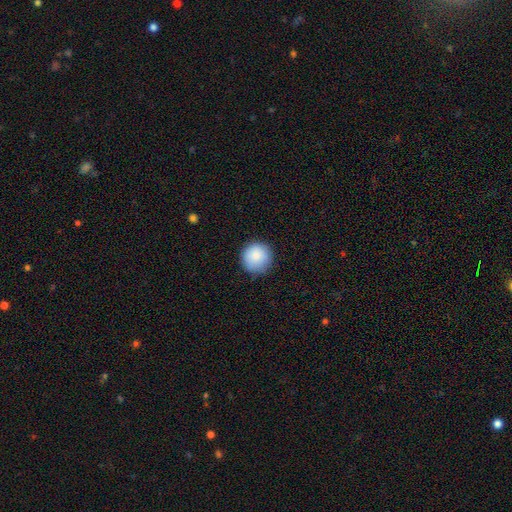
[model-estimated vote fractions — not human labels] Smooth or featured: smooth — 87% (star or artifact — 8%)
How rounded: round — 95% (in between — 4%)
Merging: none — 84% (minor disturbance — 13%)